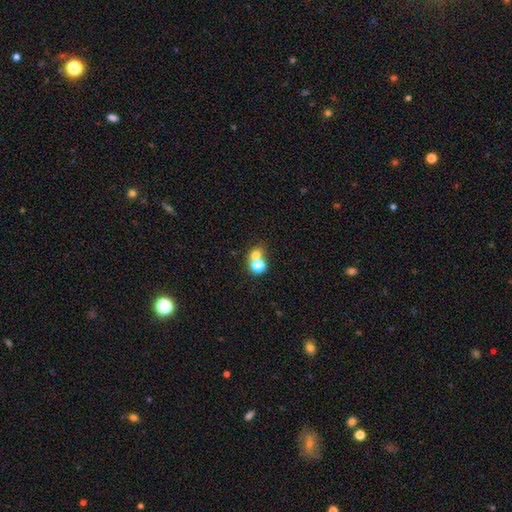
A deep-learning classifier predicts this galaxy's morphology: smooth_or_featured: smooth (p=0.70) [alt: star or artifact p=0.18]
how_rounded: round (p=0.76) [alt: in between p=0.23]
merging: merger (p=0.45) [tied with: none p=0.45]